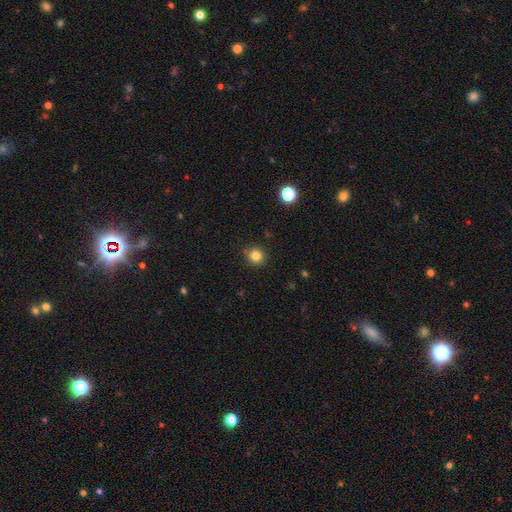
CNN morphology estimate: smooth 83%, star or artifact 13%, featured or disk 5%. Down the decision tree: how rounded — round (92%); merging — none (89%).